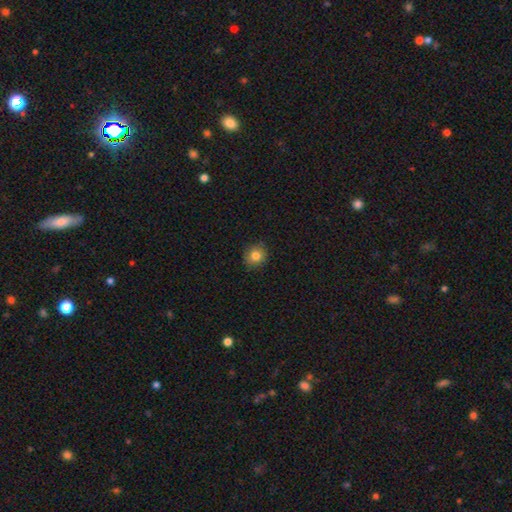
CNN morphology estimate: Q: Smooth or featured?
A: smooth (82%); runner-up: star or artifact (11%)
Q: How rounded?
A: round (87%); runner-up: in between (12%)
Q: Merging?
A: none (88%); runner-up: minor disturbance (9%)